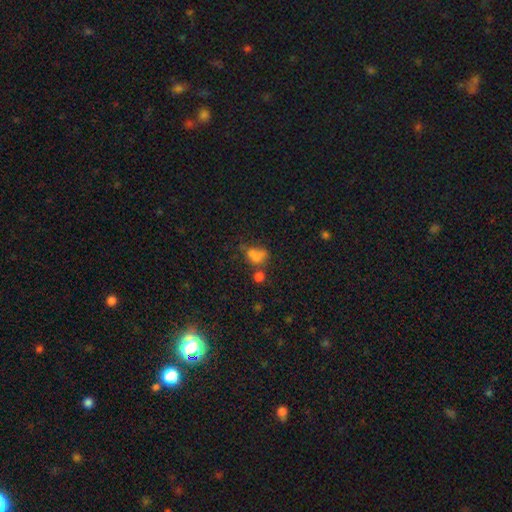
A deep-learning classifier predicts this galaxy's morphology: This appears to be a smooth galaxy with no disk features (62%) that is in between round and cigar-shaped (55%). Merging: merger (44%).